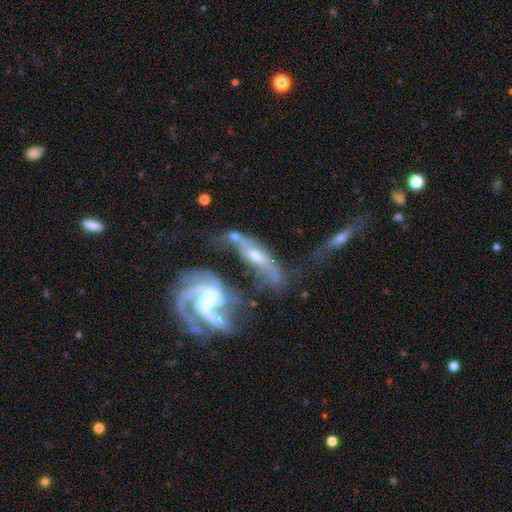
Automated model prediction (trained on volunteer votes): A featured or disk galaxy (73%) with no bar (58%), spiral arms (73%) and a moderate central bulge (57%). Merging: merger (45%).